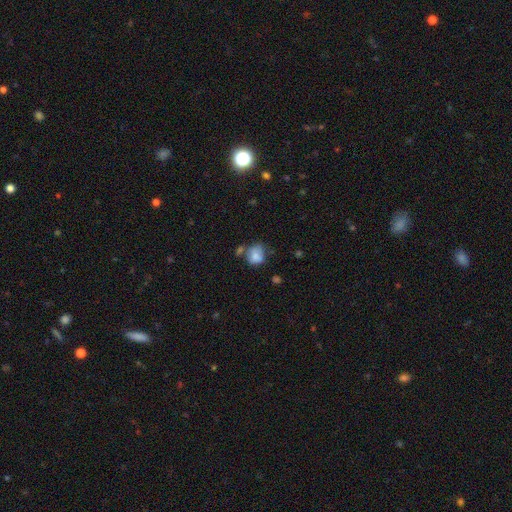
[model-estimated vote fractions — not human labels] Smooth or featured: smooth — 78% (featured or disk — 12%)
How rounded: round — 63% (in between — 36%)
Merging: none — 45% (minor disturbance — 24%)